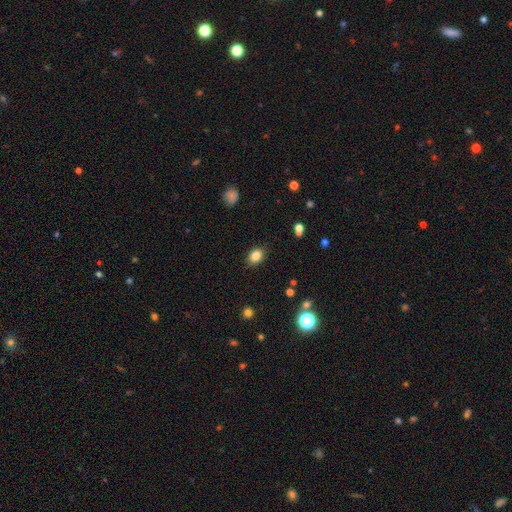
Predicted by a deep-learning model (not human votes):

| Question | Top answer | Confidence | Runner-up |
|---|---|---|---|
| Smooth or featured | smooth | 84% | star or artifact (10%) |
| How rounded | in between | 70% | round (29%) |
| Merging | none | 86% | minor disturbance (10%) |